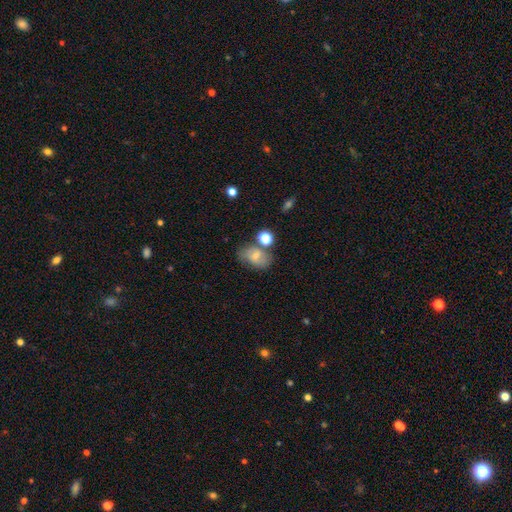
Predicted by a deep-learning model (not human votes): Smooth or featured? Predicted: smooth (p=0.63). How rounded? Predicted: in between (p=0.78). Merging? Predicted: none (p=0.54).